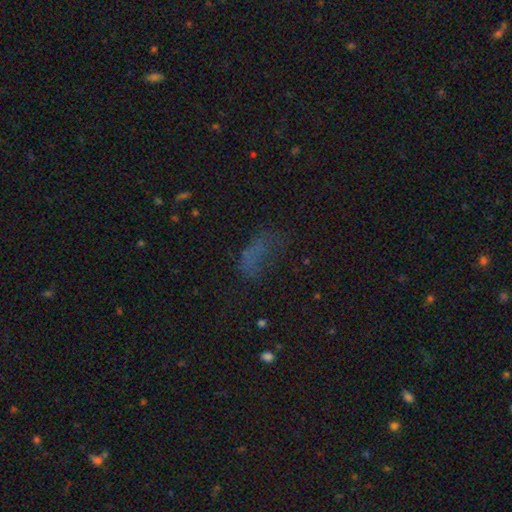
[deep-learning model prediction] smooth 48%, star or artifact 31%, featured or disk 21%. Down the decision tree: merging — none (46%).